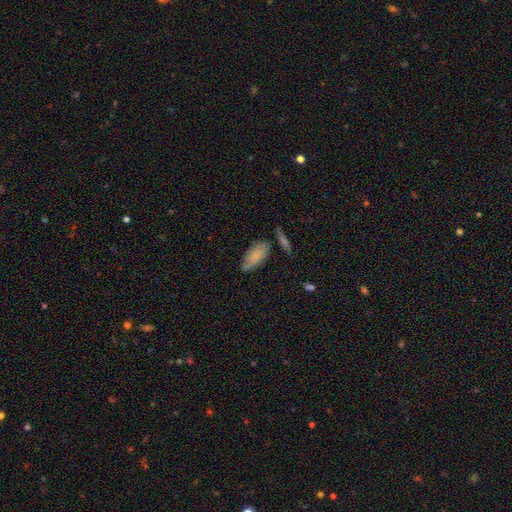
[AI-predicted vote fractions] The model was most divided on "merging": none: 61%, minor disturbance: 25%, merger: 8%, major disturbance: 6%. More confident: how rounded — in between (83%); smooth or featured — smooth (73%).